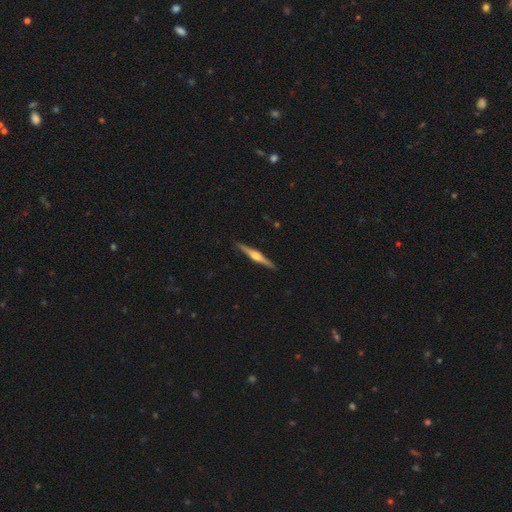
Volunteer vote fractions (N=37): Smooth or featured? featured or disk (81%)
Edge-on disk? yes (100%)
Edge-on bulge? rounded (90%)
Merging? none (92%)